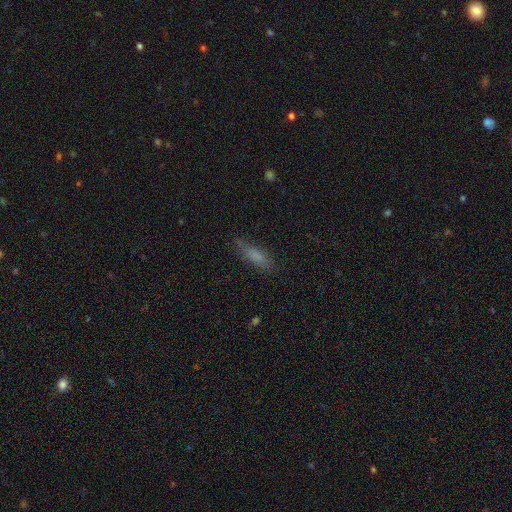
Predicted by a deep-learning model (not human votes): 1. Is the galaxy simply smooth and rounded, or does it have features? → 72% smooth, 18% featured or disk, 10% star or artifact.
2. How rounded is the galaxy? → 66% cigar-shaped, 32% in between, 2% round.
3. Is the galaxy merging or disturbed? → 76% none, 18% minor disturbance, 5% major disturbance, 2% merger.